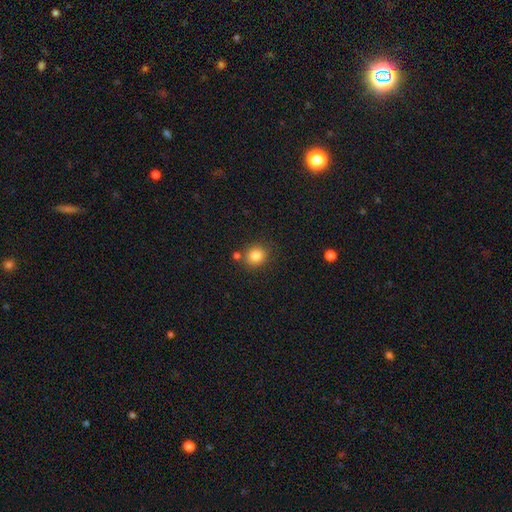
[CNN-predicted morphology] Overall: smooth (83%). How rounded: round (84%). Merging: none (77%).